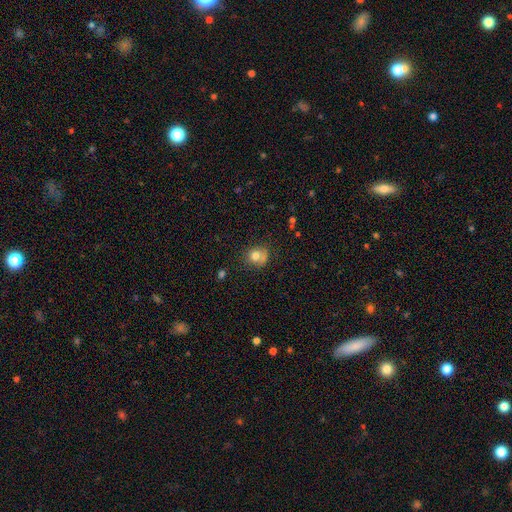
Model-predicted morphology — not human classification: smooth-or-featured: smooth: 75% | featured or disk: 14% | star or artifact: 11%
  how-rounded: round: 73% | in between: 26% | cigar-shaped: 1%
  merging: none: 56% | minor disturbance: 25% | major disturbance: 11% | merger: 8%